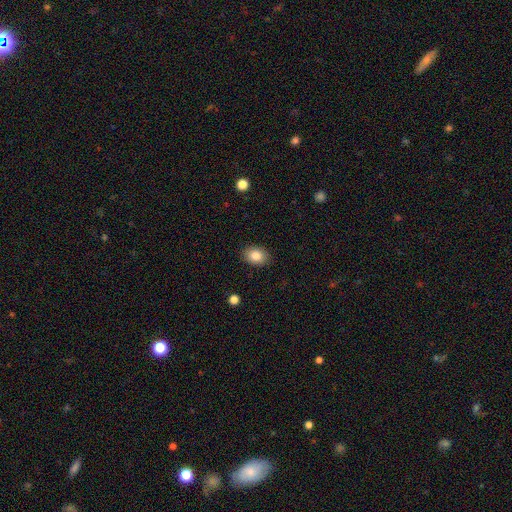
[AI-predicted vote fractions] This appears to be a smooth galaxy with no disk features (85%) that is in between round and cigar-shaped (68%). Merging: none (89%).